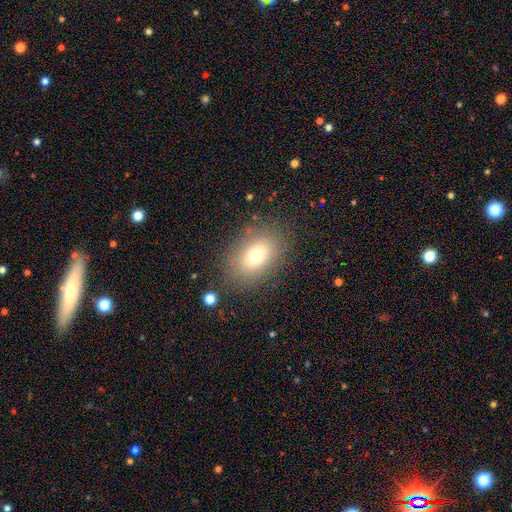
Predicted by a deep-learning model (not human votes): A smooth galaxy with no disk features (71%) that is in between round and cigar-shaped (82%). Merging: none (81%).